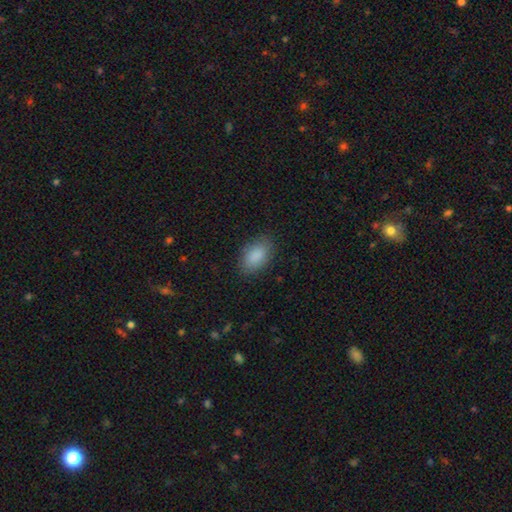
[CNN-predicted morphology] The model was most divided on "merging": none: 84%, minor disturbance: 11%, major disturbance: 3%, merger: 1%. More confident: how rounded — in between (92%); smooth or featured — smooth (89%).